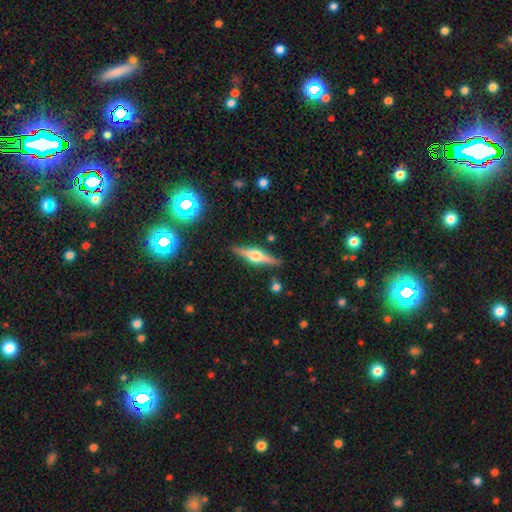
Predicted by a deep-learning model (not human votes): A featured or disk galaxy (73%) viewed edge-on (97%) with a rounded central bulge (93%). Merging: none (88%).